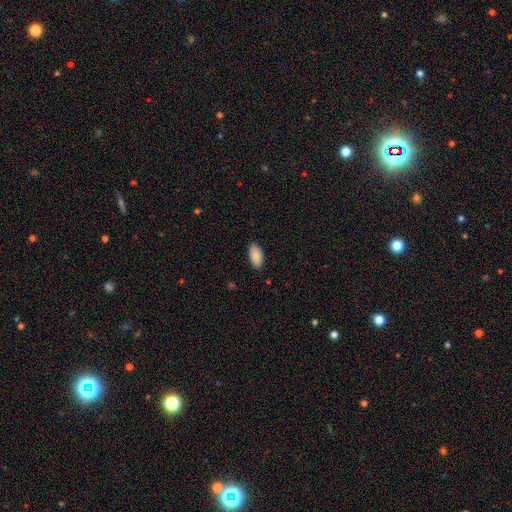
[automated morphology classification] smooth 89%, star or artifact 6%, featured or disk 5%. Down the decision tree: how rounded — in between (94%); merging — none (88%).